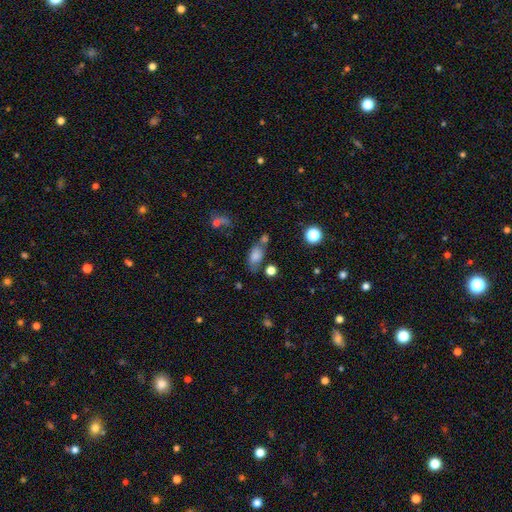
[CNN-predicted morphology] Overall: smooth (71%). How rounded: in between (85%). Merging: none (50%; minor disturbance 22%).